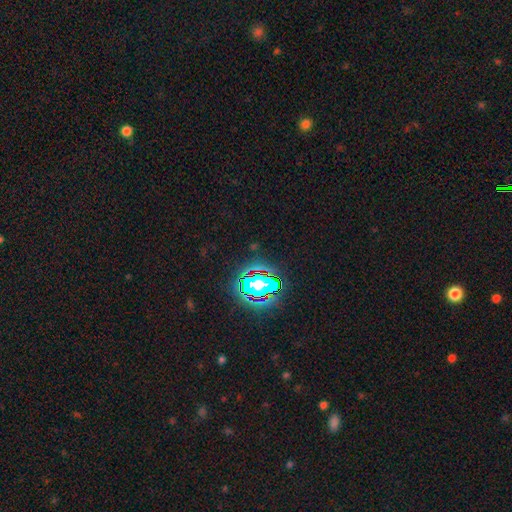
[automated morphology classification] smooth_or_featured: star or artifact (p=0.80) [alt: smooth p=0.12]